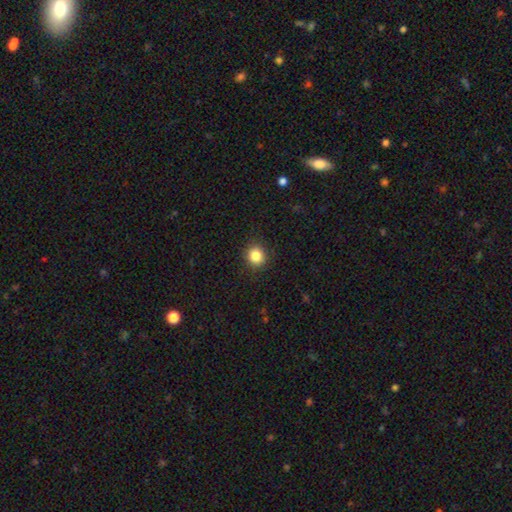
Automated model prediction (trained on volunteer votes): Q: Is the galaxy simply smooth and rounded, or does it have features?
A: smooth — 85%.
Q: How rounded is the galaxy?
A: round — 86%.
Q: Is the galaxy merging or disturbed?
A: none — 91%.